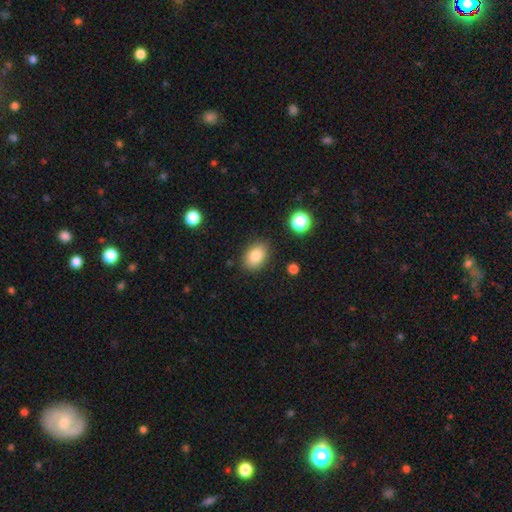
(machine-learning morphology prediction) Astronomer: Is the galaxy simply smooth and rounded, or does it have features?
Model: smooth — 84%.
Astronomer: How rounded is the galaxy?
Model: in between — 77%.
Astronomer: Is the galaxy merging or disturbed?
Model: none — 86%.